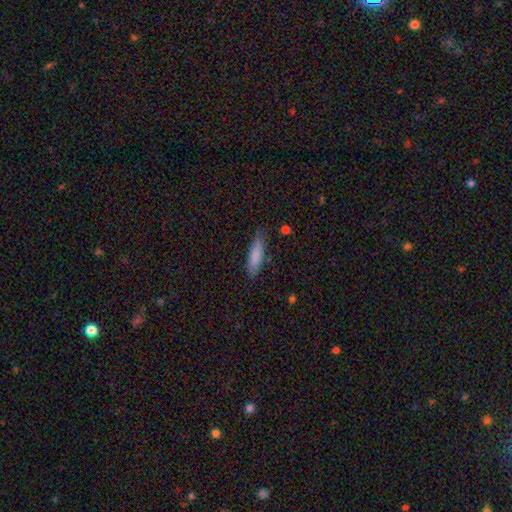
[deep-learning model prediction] The model was most divided on "how rounded": cigar-shaped: 64%, in between: 35%, round: 2%. More confident: smooth or featured — smooth (83%); merging — none (78%).